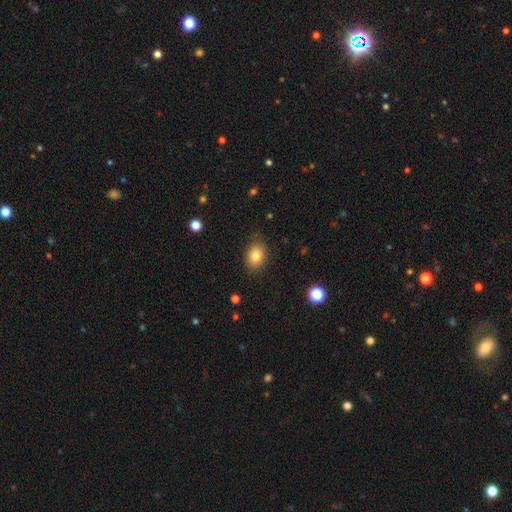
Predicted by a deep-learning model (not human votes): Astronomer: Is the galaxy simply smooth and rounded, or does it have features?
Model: smooth — 83%.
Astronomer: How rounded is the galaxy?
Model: in between — 71%.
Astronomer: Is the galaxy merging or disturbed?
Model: none — 84%.